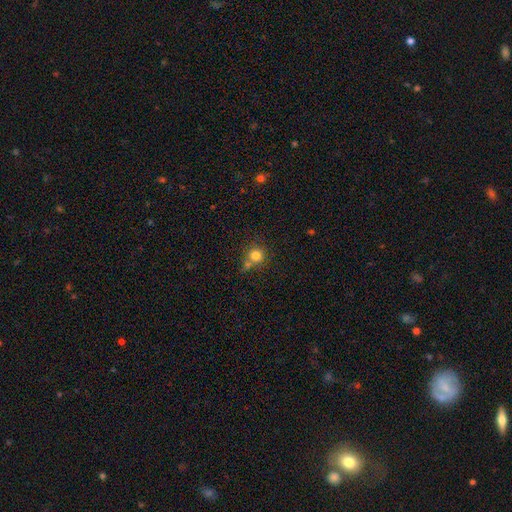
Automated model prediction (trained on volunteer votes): Smooth or featured? smooth (80%)
How rounded? round (91%)
Merging? none (60%)